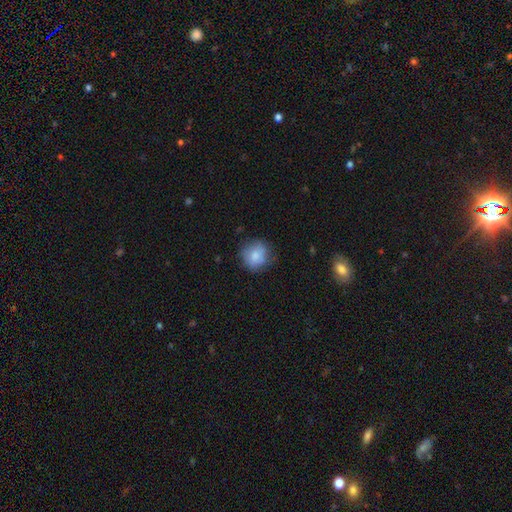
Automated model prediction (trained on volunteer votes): A smooth galaxy with no disk features (82%) that is round (85%). Merging: none (75%).